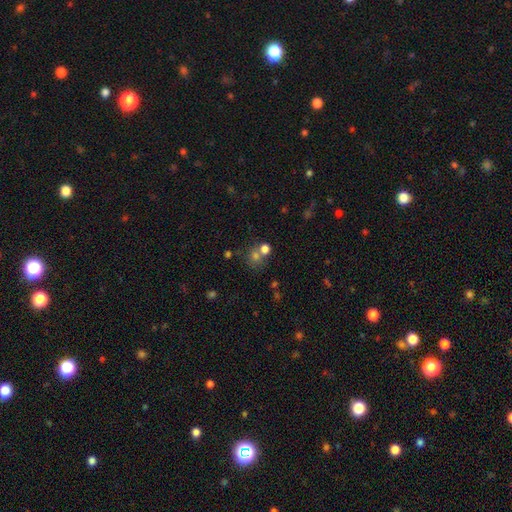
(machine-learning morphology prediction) A smooth galaxy with no disk features (63%) that is round (81%).

Vote fractions:
- Smooth or featured? smooth: 63% / star or artifact: 24% / featured or disk: 12%
- How rounded? round: 81% / in between: 18% / cigar-shaped: 1%
- Merging? none: 55% / merger: 31% / minor disturbance: 9% / major disturbance: 5%